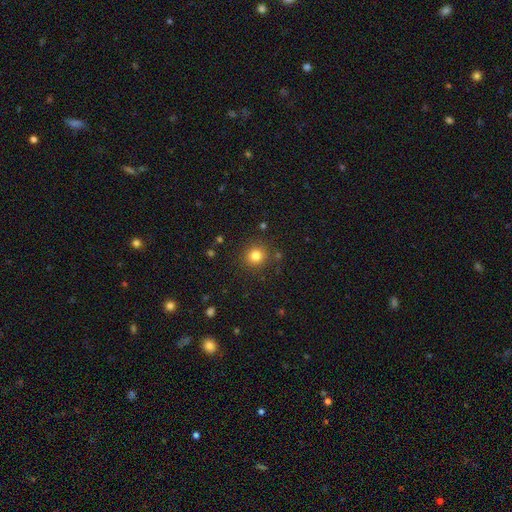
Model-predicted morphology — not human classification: Smooth or featured? smooth (81%)
How rounded? round (92%)
Merging? none (88%)